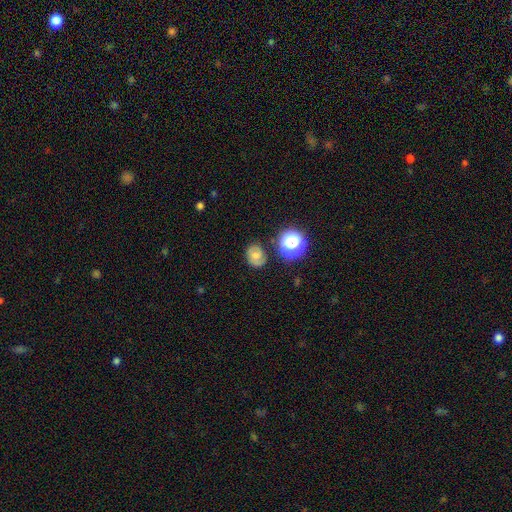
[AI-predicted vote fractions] The model was most divided on "smooth or featured": smooth: 48%, featured or disk: 37%, star or artifact: 15%. More confident: merging — none (74%).